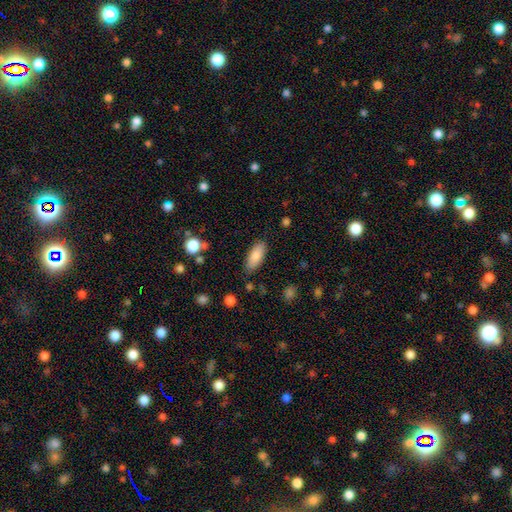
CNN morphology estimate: smooth 85%, featured or disk 8%, star or artifact 7%. Down the decision tree: how rounded — in between (81%); merging — none (83%).